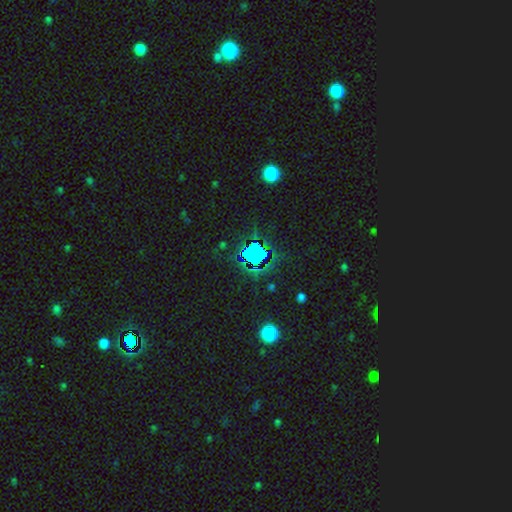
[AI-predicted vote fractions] The model was most divided on "smooth or featured": star or artifact: 71%, smooth: 19%, featured or disk: 10%.